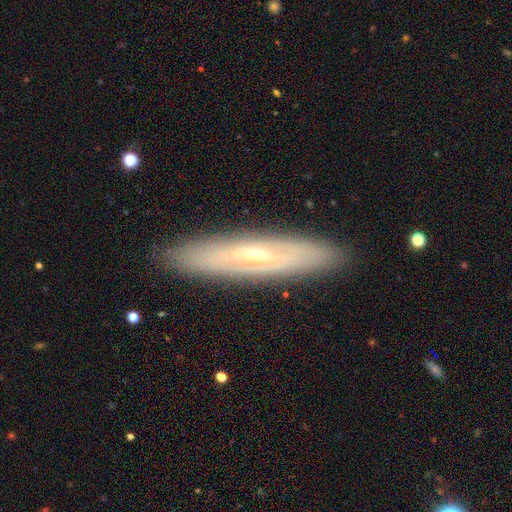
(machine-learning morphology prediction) smooth_or_featured: featured or disk (p=0.69) [alt: smooth p=0.24]
disk_edge_on: yes (p=0.60) [alt: no p=0.40]
merging: none (p=0.89) [alt: minor disturbance p=0.08]